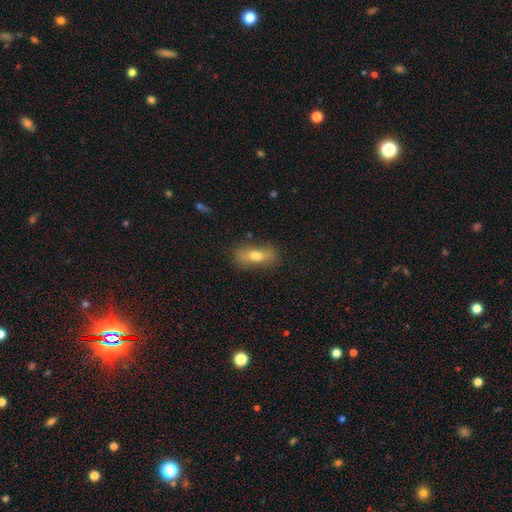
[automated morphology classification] smooth_or_featured: smooth (p=0.65) [alt: featured or disk p=0.25]
how_rounded: in between (p=0.69) [alt: cigar-shaped p=0.24]
merging: none (p=0.70) [alt: minor disturbance p=0.19]